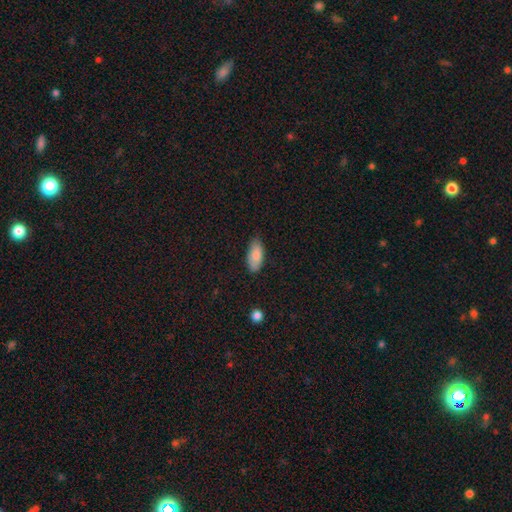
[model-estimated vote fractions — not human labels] A smooth galaxy with no disk features (85%) that is in between round and cigar-shaped (89%).

Vote fractions:
- Smooth or featured? smooth: 85% / featured or disk: 9% / star or artifact: 6%
- How rounded? in between: 89% / cigar-shaped: 9% / round: 2%
- Merging? none: 77% / minor disturbance: 19% / major disturbance: 3% / merger: 1%